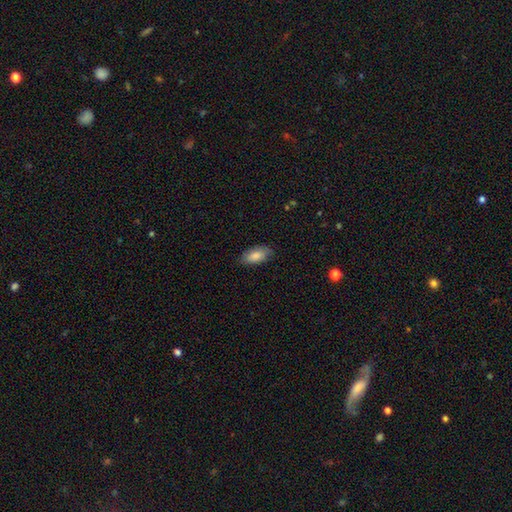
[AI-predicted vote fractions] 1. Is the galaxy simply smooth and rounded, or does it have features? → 86% smooth, 8% featured or disk, 6% star or artifact.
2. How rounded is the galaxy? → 91% in between, 7% cigar-shaped, 2% round.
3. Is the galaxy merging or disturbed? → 83% none, 14% minor disturbance, 3% major disturbance, 1% merger.